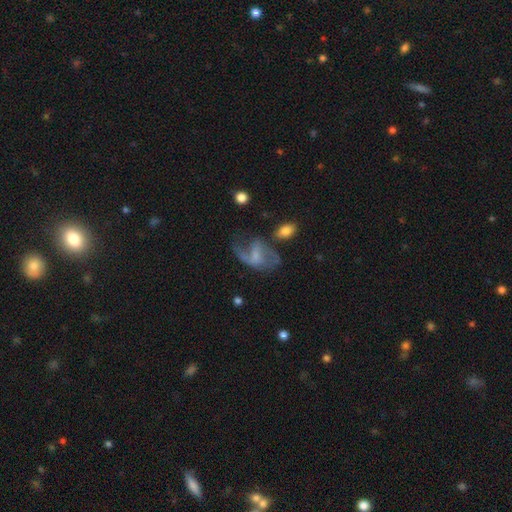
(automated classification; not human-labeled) Smooth or featured? featured or disk (71%)
Edge-on disk? no (97%)
Bar? weak (50%)
Spiral arms? yes (82%)
Spiral winding? loose (68%)
Spiral arm count? 2 (72%)
Bulge size? small (38%)
Merging? none (38%)